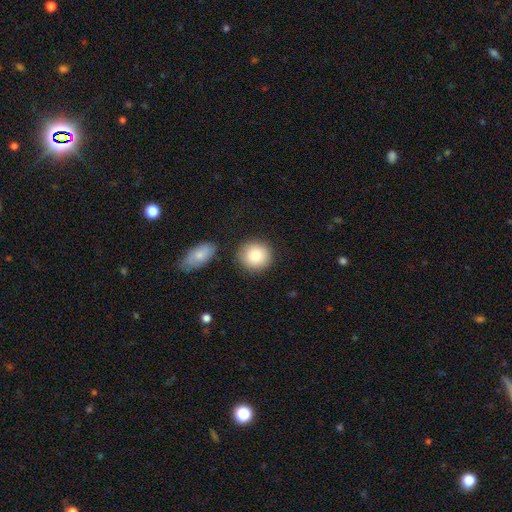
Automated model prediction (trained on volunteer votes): Smooth or featured?
  - smooth: 86% *
  - star or artifact: 7%
  - featured or disk: 7%
How rounded?
  - round: 89% *
  - in between: 10%
  - cigar-shaped: 1%
Merging?
  - none: 82% *
  - minor disturbance: 9%
  - merger: 6%
  - major disturbance: 3%